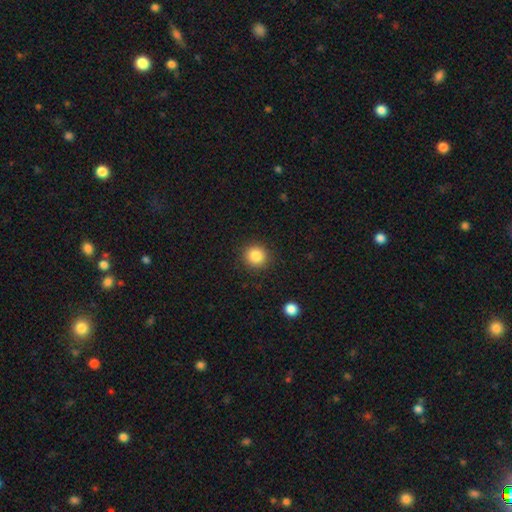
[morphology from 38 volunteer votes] This appears to be a smooth galaxy with no disk features (95%) that is round (92%). Merging: none (78%).